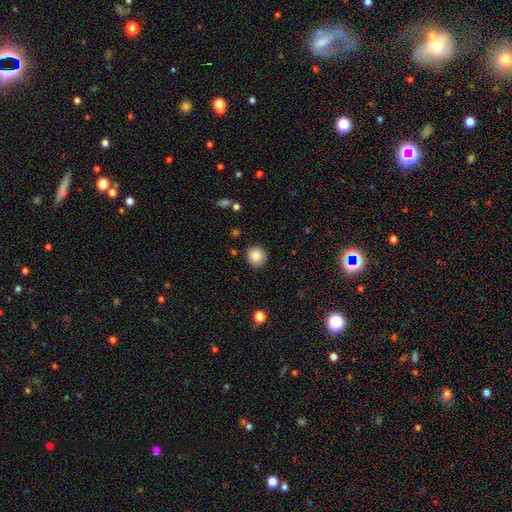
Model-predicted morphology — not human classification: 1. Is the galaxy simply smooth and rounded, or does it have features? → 86% smooth, 9% star or artifact, 5% featured or disk.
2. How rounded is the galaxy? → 90% round, 9% in between, 1% cigar-shaped.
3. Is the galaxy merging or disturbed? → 86% none, 10% minor disturbance, 2% major disturbance, 2% merger.